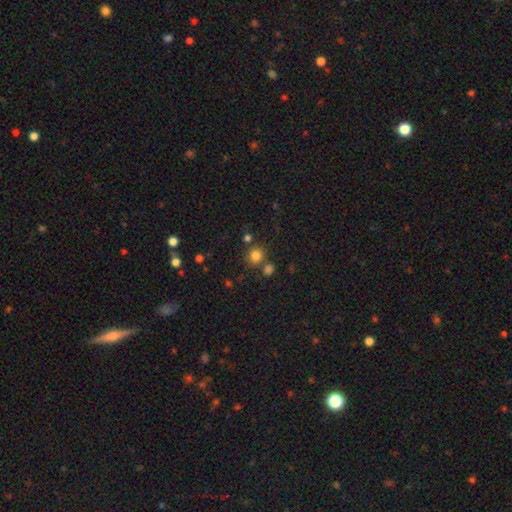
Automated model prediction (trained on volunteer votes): Smooth or featured? Predicted: smooth (p=0.80). How rounded? Predicted: round (p=0.83). Merging? Predicted: none (p=0.72).